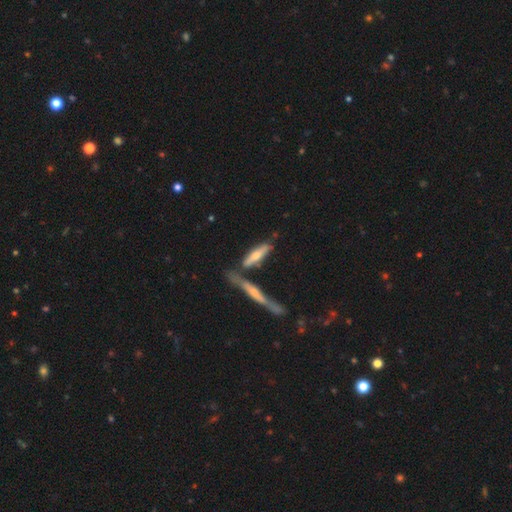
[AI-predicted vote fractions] Smooth or featured: featured or disk — 48% (smooth — 45%)
Merging: none — 59% (merger — 22%)